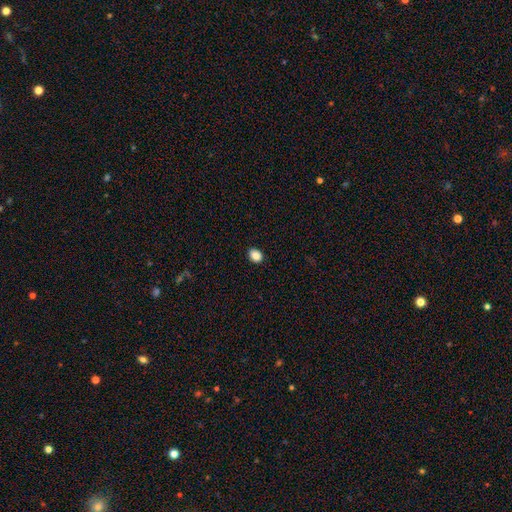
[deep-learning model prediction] This is clearly a smooth galaxy (88%). How rounded: likely in between (61%). Merging: clearly none (90%).